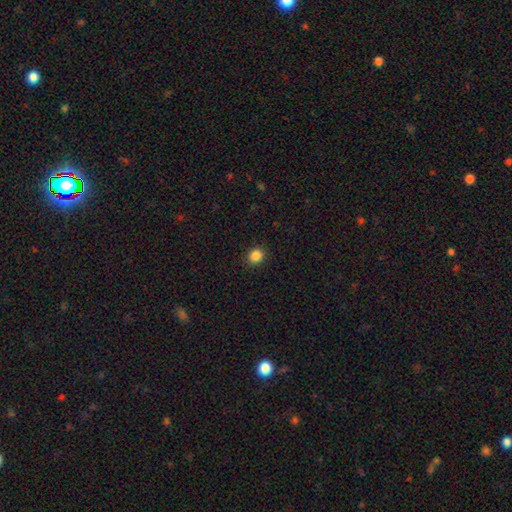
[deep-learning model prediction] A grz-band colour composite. It shows a smooth galaxy with no disk features (86%) that is round (77%). Merging: none (91%).